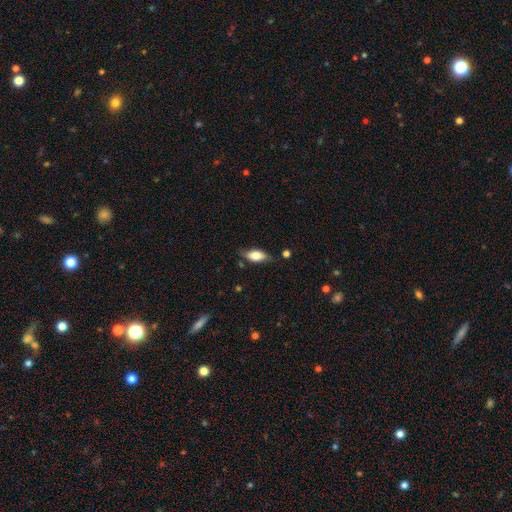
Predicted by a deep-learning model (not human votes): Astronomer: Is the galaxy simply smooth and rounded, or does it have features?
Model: smooth — 72%.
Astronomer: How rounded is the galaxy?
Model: in between — 85%.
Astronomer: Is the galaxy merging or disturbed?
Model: none — 73%.